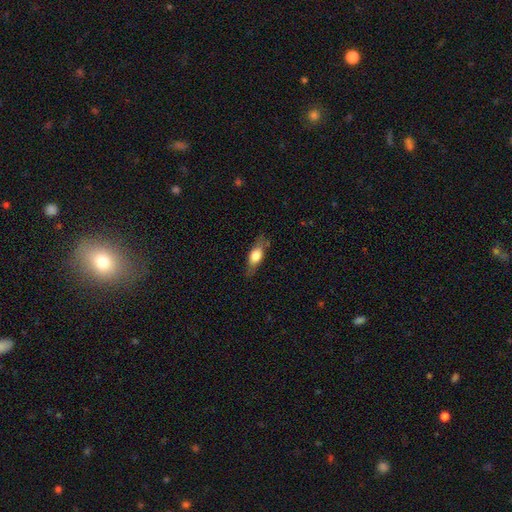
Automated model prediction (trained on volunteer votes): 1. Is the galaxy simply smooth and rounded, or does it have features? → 62% smooth, 31% featured or disk, 7% star or artifact.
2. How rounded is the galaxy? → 67% in between, 27% cigar-shaped, 6% round.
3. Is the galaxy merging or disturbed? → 74% none, 19% minor disturbance, 6% major disturbance, 2% merger.